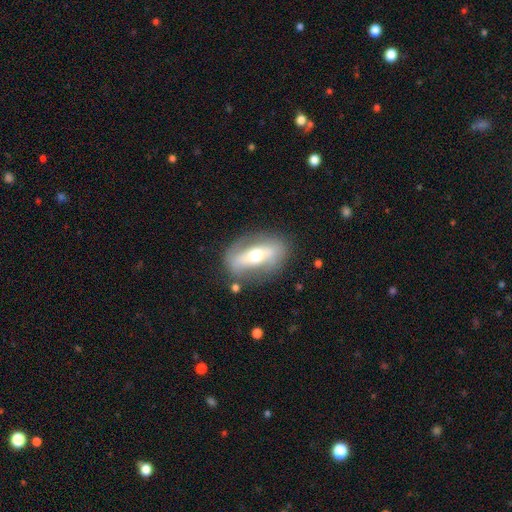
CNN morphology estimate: The model was most divided on "smooth or featured": featured or disk: 64%, smooth: 30%, star or artifact: 7%. More confident: merging — none (76%); edge-on disk — no (73%).